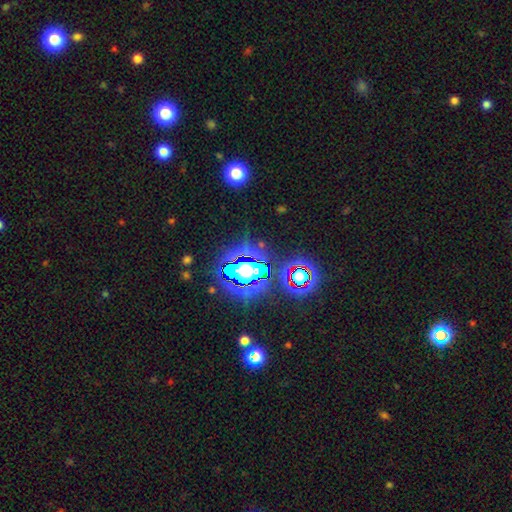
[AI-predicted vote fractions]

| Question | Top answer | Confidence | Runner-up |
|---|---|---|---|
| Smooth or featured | star or artifact | 82% | smooth (11%) |